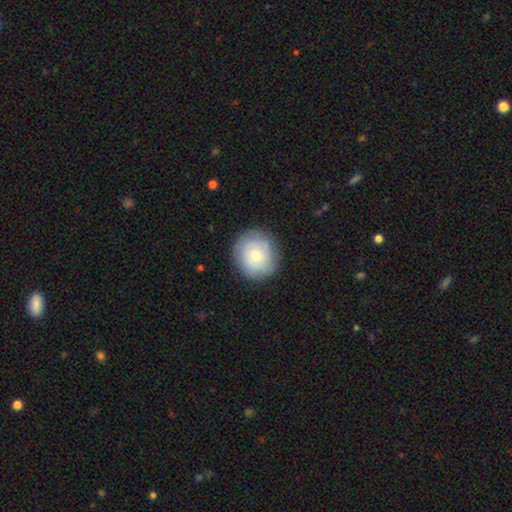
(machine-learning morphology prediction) Smooth or featured?
  - smooth: 65% *
  - featured or disk: 27%
  - star or artifact: 7%
How rounded?
  - round: 90% *
  - in between: 9%
  - cigar-shaped: 1%
Merging?
  - none: 84% *
  - minor disturbance: 11%
  - major disturbance: 3%
  - merger: 1%